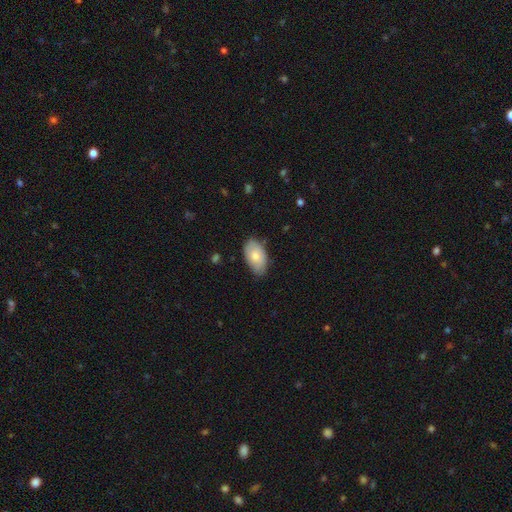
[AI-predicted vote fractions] Smooth or featured: smooth — 76% (featured or disk — 19%)
How rounded: in between — 94% (round — 5%)
Merging: none — 74% (minor disturbance — 22%)